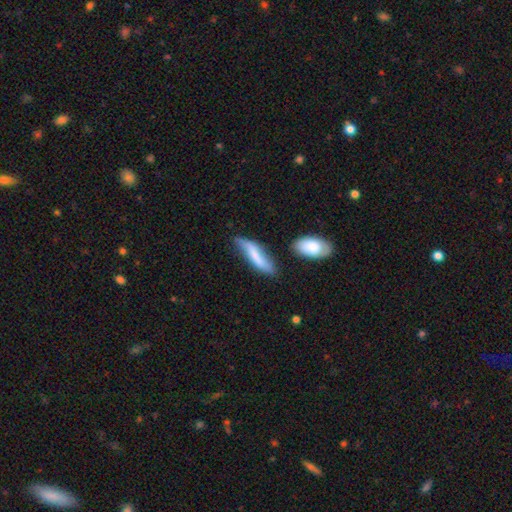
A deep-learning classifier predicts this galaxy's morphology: Smooth or featured?
  - smooth: 58% *
  - featured or disk: 35%
  - star or artifact: 7%
How rounded?
  - cigar-shaped: 63% *
  - in between: 34%
  - round: 2%
Merging?
  - none: 51% *
  - minor disturbance: 31%
  - merger: 9%
  - major disturbance: 9%